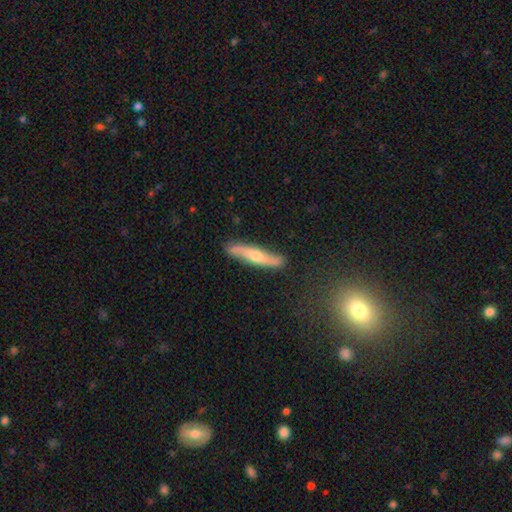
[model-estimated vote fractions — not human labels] This is likely a featured or disk galaxy (65%). It is likely viewed edge-on (79%). Edge-on bulge: clearly rounded (88%). Merging: likely none (80%).